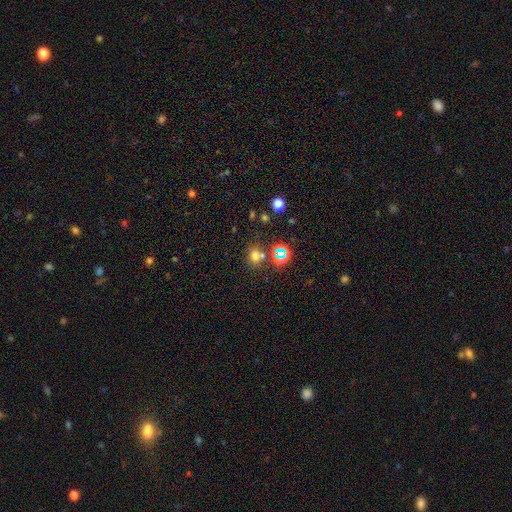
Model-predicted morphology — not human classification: type=smooth (61%); roundness=round (67%); merging=none (63%).